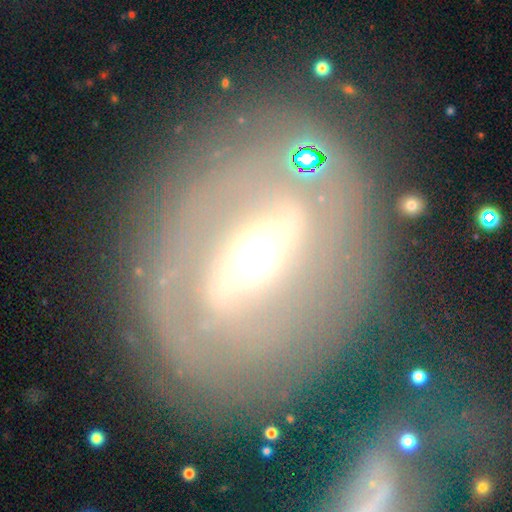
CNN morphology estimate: The model was most divided on "spiral arms": yes: 52%, no: 48%. More confident: smooth or featured — featured or disk (77%); edge-on disk — no (76%); merging — none (73%); bar — strong (65%); bulge size — moderate (61%).